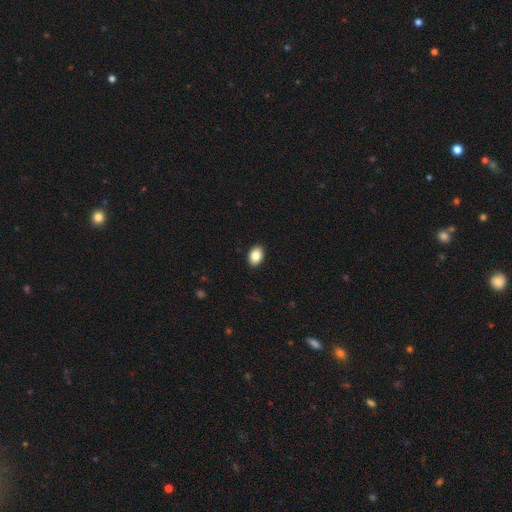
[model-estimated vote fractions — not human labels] Overall: smooth (86%). How rounded: in between (83%). Merging: none (91%).